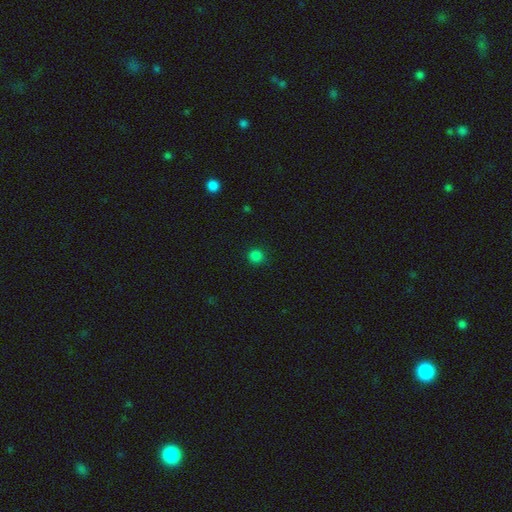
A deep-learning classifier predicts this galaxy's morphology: Smooth or featured? smooth (82%)
How rounded? round (93%)
Merging? none (89%)